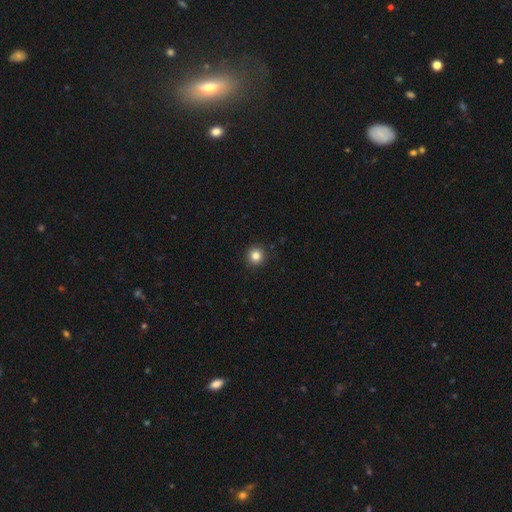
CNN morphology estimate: Smooth or featured: smooth — 83% (star or artifact — 12%)
How rounded: round — 94% (in between — 5%)
Merging: none — 93% (minor disturbance — 5%)